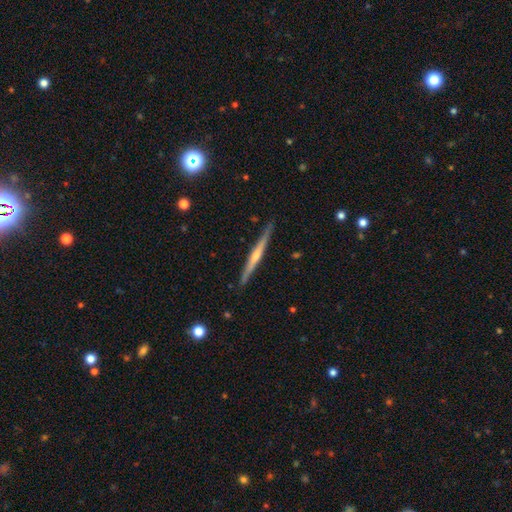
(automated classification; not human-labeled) Smooth or featured?
  - featured or disk: 75% *
  - smooth: 19%
  - star or artifact: 6%
Edge-on disk?
  - yes: 98% *
  - no: 2%
Edge-on bulge?
  - rounded: 72% *
  - none: 21%
  - boxy: 8%
Merging?
  - none: 91% *
  - minor disturbance: 7%
  - major disturbance: 1%
  - merger: 1%